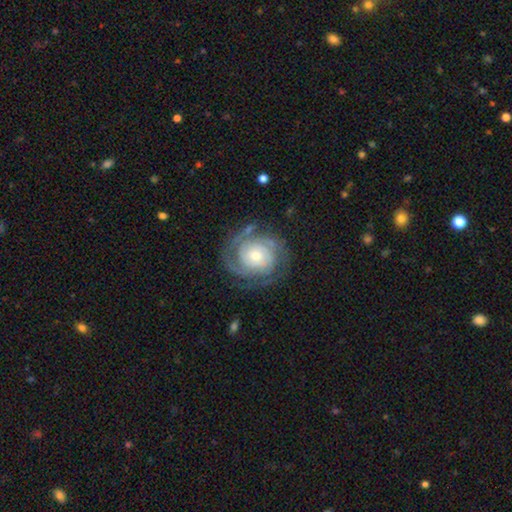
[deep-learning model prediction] Smooth or featured? Predicted: featured or disk (p=0.86). Edge-on disk? Predicted: no (p=0.98). Bar? Predicted: no (p=0.76). Spiral arms? Predicted: yes (p=0.96). Spiral winding? Predicted: tight (p=0.73). Spiral arm count? Predicted: 2 (p=0.33). Bulge size? Predicted: moderate (p=0.47). Merging? Predicted: none (p=0.76).